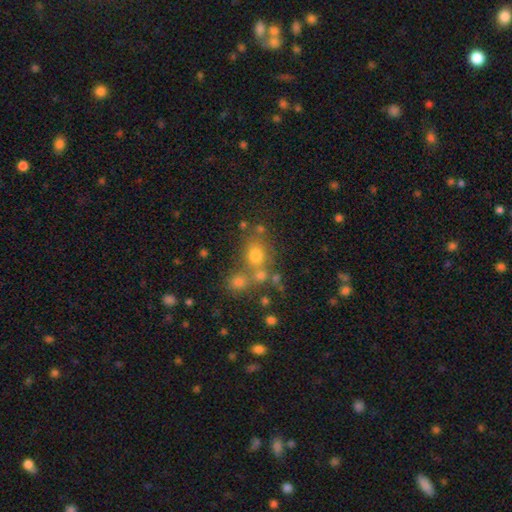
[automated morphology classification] type=smooth (65%); roundness=round (72%); merging=none (54%).